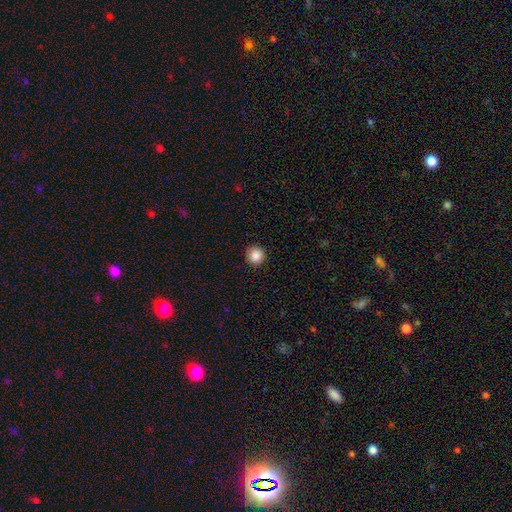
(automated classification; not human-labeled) A smooth galaxy with no disk features (87%) that is round (95%).

Vote fractions:
- Smooth or featured? smooth: 87% / star or artifact: 9% / featured or disk: 3%
- How rounded? round: 95% / in between: 4% / cigar-shaped: 1%
- Merging? none: 92% / minor disturbance: 5% / major disturbance: 2% / merger: 1%